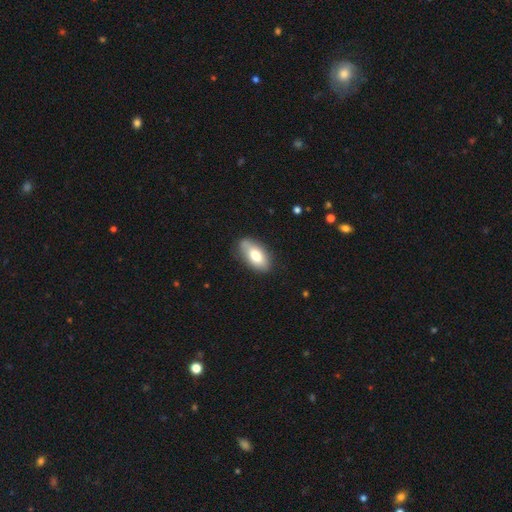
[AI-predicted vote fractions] smooth_or_featured: smooth (p=0.74) [alt: featured or disk p=0.19]
how_rounded: in between (p=0.92) [alt: cigar-shaped p=0.04]
merging: none (p=0.77) [alt: minor disturbance p=0.18]